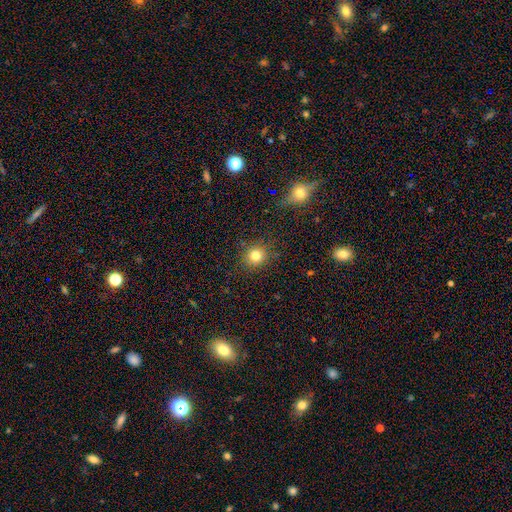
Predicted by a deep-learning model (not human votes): Overall: smooth (80%). How rounded: round (86%). Merging: none (87%).